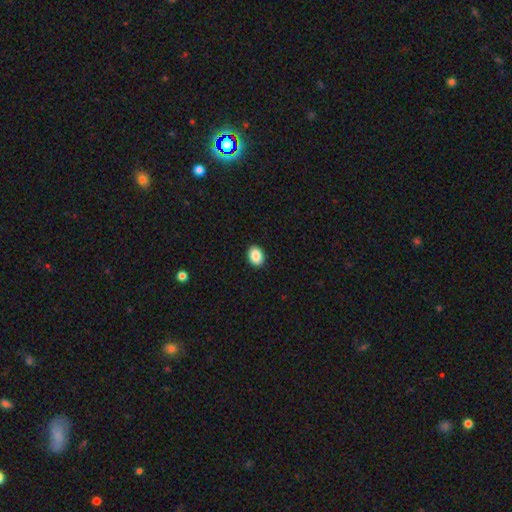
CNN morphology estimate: This is clearly a smooth galaxy (88%). How rounded: likely in between (70%). Merging: clearly none (92%).